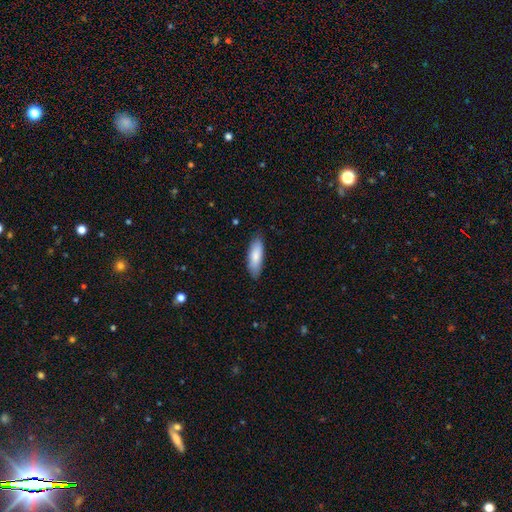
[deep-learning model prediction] Smooth or featured: smooth — 83% (featured or disk — 11%)
How rounded: in between — 59% (cigar-shaped — 39%)
Merging: none — 84% (minor disturbance — 13%)